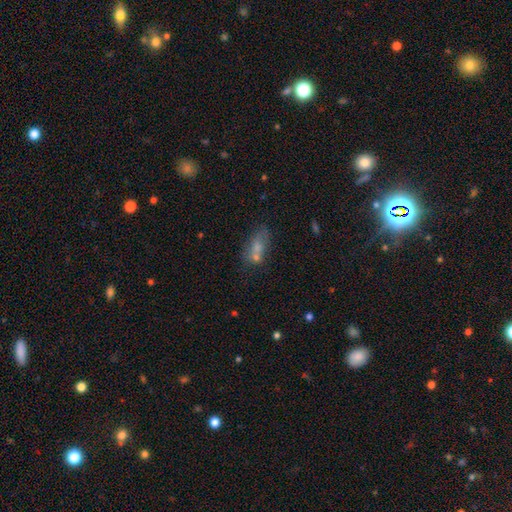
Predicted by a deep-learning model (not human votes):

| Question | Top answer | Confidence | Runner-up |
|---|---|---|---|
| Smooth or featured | smooth | 55% | featured or disk (24%) |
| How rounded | in between | 69% | cigar-shaped (19%) |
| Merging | none | 44% | merger (30%) |